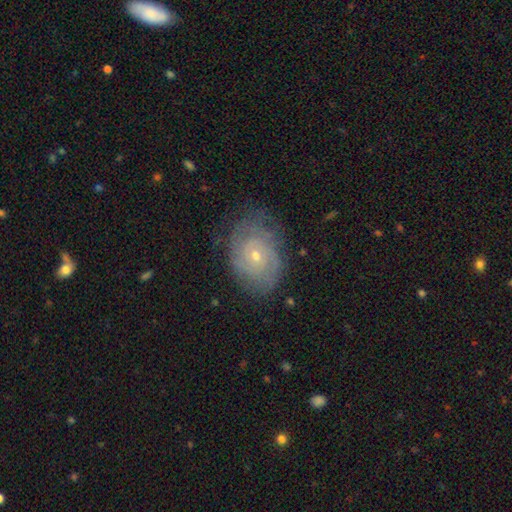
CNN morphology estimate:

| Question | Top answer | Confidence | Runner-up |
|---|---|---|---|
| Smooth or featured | featured or disk | 74% | smooth (18%) |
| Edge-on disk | no | 97% | yes (3%) |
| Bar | no | 77% | weak (20%) |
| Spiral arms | yes | 87% | no (13%) |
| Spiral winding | tight | 68% | medium (25%) |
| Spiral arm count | can't tell | 44% | 2 (31%) |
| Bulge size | small | 65% | moderate (32%) |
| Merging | none | 70% | minor disturbance (21%) |